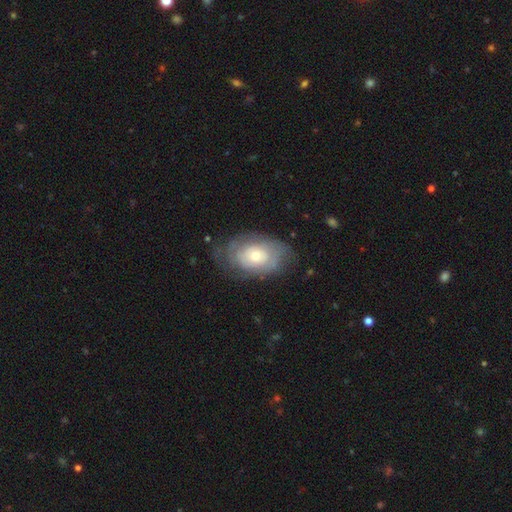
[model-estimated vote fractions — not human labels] smooth-or-featured: featured or disk: 58% | smooth: 35% | star or artifact: 7%
  disk-edge-on: no: 94% | yes: 6%
    bar: no: 85% | weak: 13% | strong: 3%
    has-spiral-arms: yes: 64% | no: 36%
    bulge-size: moderate: 50% | small: 42% | large: 6% | dominant: 1% | none: 1%
  merging: none: 68% | minor disturbance: 21% | major disturbance: 10% | merger: 1%